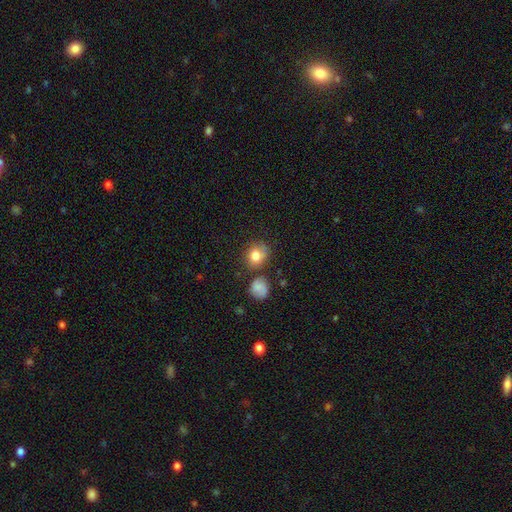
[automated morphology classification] A smooth galaxy with no disk features (78%) that is round (64%). Merging: none (57%).